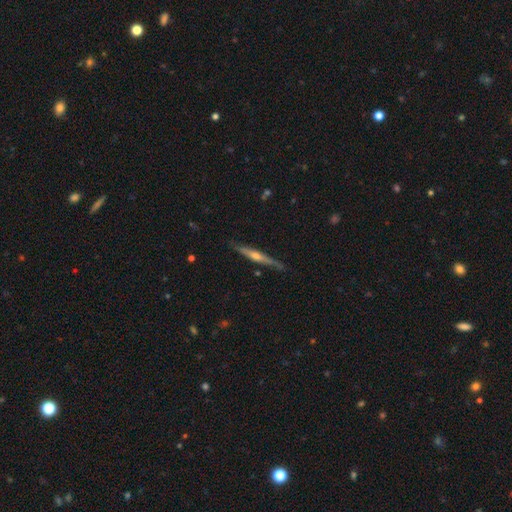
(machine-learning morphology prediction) Smooth or featured: featured or disk — 75% (smooth — 20%)
Edge-on disk: yes — 97% (no — 3%)
Edge-on bulge: rounded — 80% (none — 13%)
Merging: none — 84% (minor disturbance — 12%)